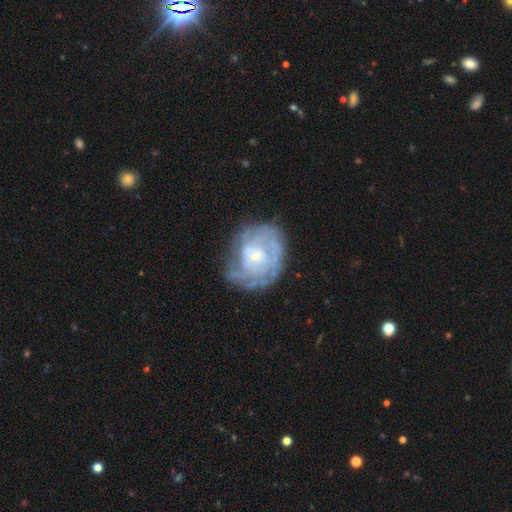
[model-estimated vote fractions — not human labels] Overall: featured or disk (83%). Edge-on disk: no (97%). Bar: no (72%). Spiral arms: yes (91%). Spiral arm count: can't tell (43%; 2 17%). Spiral winding: tight (71%). Bulge size: small (73%). Merging: none (67%).